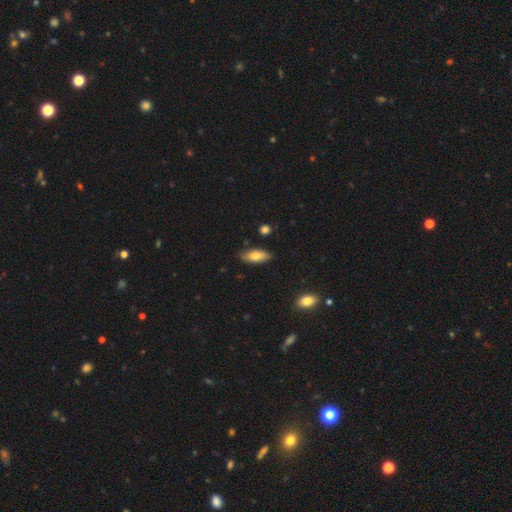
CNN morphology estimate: Overall: smooth (75%). How rounded: in between (81%). Merging: none (84%).